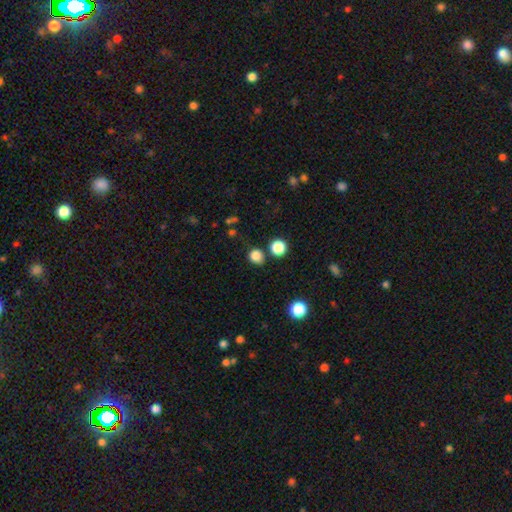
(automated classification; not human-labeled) This appears to be a smooth galaxy with no disk features (83%) that is round (79%). Merging: none (78%).